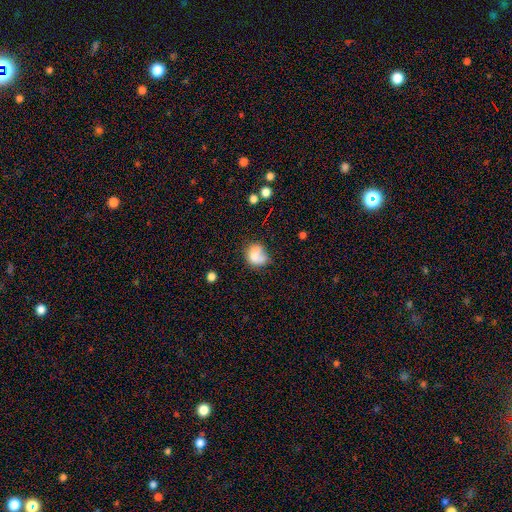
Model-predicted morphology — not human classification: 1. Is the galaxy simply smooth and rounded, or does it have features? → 64% smooth, 26% featured or disk, 10% star or artifact.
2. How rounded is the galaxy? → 52% round, 46% in between, 2% cigar-shaped.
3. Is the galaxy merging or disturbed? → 40% none, 24% minor disturbance, 23% major disturbance, 12% merger.